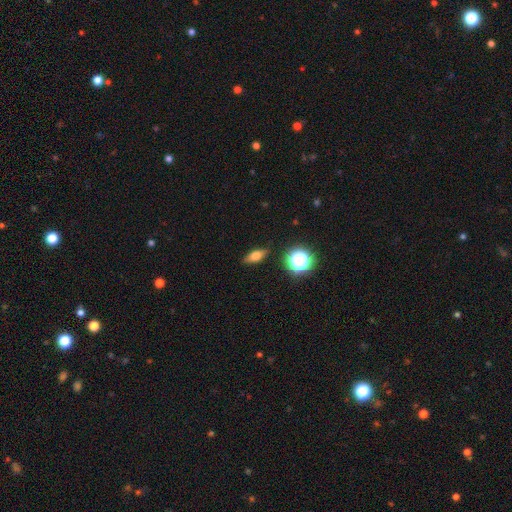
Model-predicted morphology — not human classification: smooth_or_featured: smooth (p=0.62) [alt: featured or disk p=0.26]
how_rounded: in between (p=0.62) [alt: cigar-shaped p=0.24]
merging: none (p=0.87) [alt: minor disturbance p=0.09]